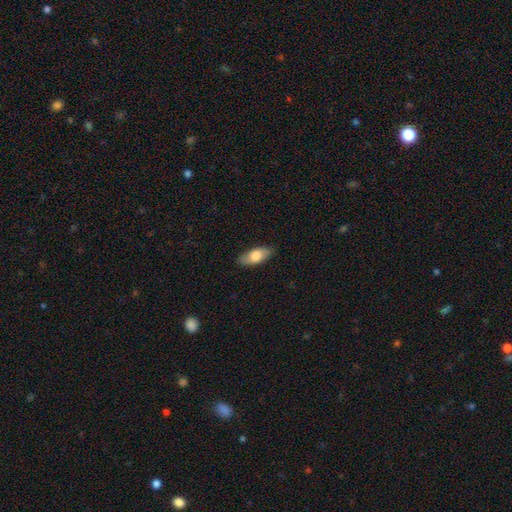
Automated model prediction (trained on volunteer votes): Overall: smooth (74%). How rounded: in between (84%). Merging: none (85%).